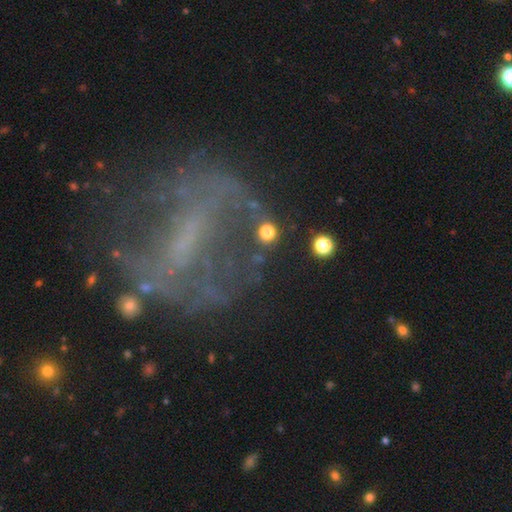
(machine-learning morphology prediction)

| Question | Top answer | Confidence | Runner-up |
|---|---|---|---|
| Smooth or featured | featured or disk | 70% | star or artifact (17%) |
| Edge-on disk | no | 94% | yes (6%) |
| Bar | strong | 39% | weak (37%) |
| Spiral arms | yes | 56% | no (44%) |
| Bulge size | none | 53% | small (31%) |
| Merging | none | 56% | major disturbance (22%) |